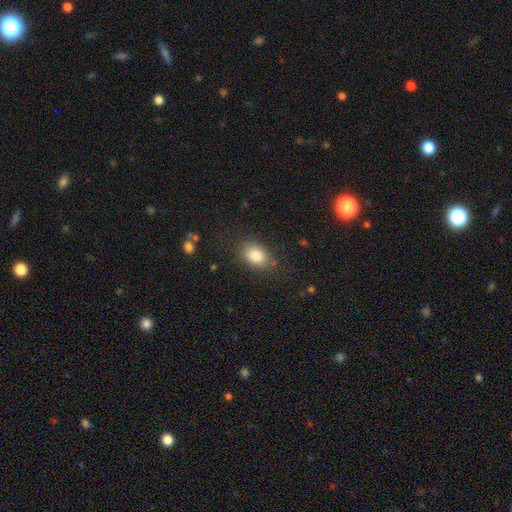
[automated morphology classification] Smooth or featured? Predicted: smooth (p=0.83). How rounded? Predicted: in between (p=0.79). Merging? Predicted: none (p=0.77).